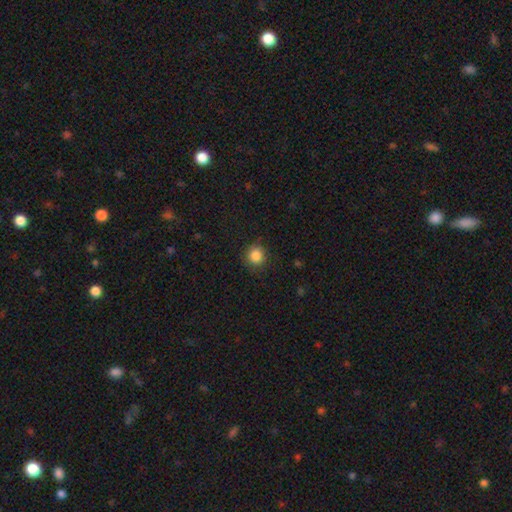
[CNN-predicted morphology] smooth 85%, star or artifact 11%, featured or disk 4%. Down the decision tree: how rounded — round (91%); merging — none (84%).